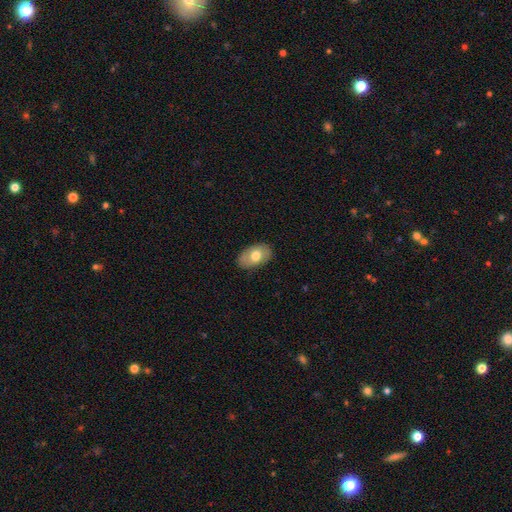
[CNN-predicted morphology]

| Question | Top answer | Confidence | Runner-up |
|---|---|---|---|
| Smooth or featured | smooth | 68% | featured or disk (26%) |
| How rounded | in between | 90% | round (9%) |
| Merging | none | 84% | minor disturbance (13%) |